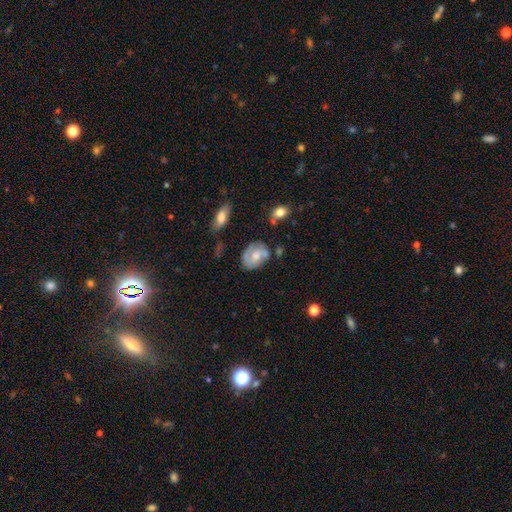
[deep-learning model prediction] Smooth or featured?
  - featured or disk: 54% *
  - smooth: 39%
  - star or artifact: 7%
Edge-on disk?
  - no: 96% *
  - yes: 4%
Bar?
  - no: 65% *
  - weak: 30%
  - strong: 5%
Spiral arms?
  - yes: 74% *
  - no: 26%
Bulge size?
  - moderate: 59% *
  - small: 25%
  - large: 9%
  - none: 6%
  - dominant: 1%
Merging?
  - none: 59% *
  - minor disturbance: 24%
  - major disturbance: 9%
  - merger: 8%